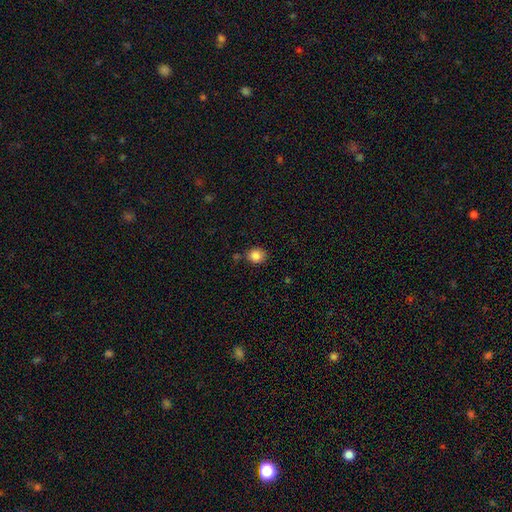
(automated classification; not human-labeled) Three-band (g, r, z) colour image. It shows a smooth galaxy with no disk features (86%) that is round (76%). Merging: none (78%).